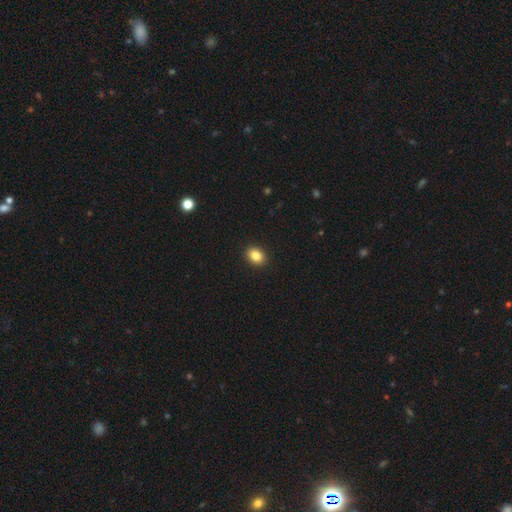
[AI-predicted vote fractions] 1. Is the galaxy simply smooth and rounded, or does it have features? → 85% smooth, 9% star or artifact, 5% featured or disk.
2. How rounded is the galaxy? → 66% in between, 33% round, 1% cigar-shaped.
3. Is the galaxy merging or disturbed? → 92% none, 6% minor disturbance, 2% major disturbance, 1% merger.